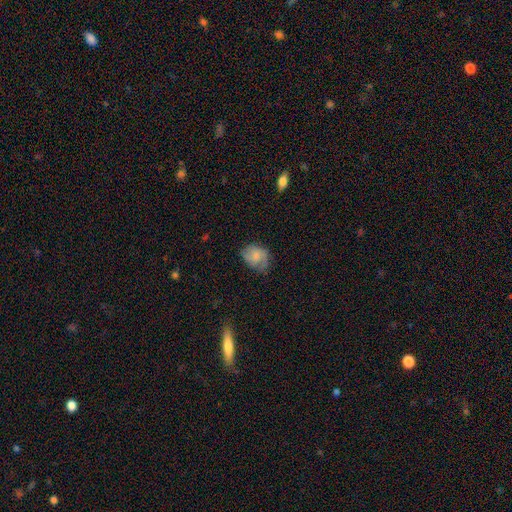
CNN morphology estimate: A smooth galaxy with no disk features (61%) that is in between round and cigar-shaped (57%).

Vote fractions:
- Smooth or featured? smooth: 61% / featured or disk: 31% / star or artifact: 8%
- How rounded? in between: 57% / round: 42% / cigar-shaped: 1%
- Merging? none: 55% / minor disturbance: 31% / major disturbance: 12% / merger: 1%